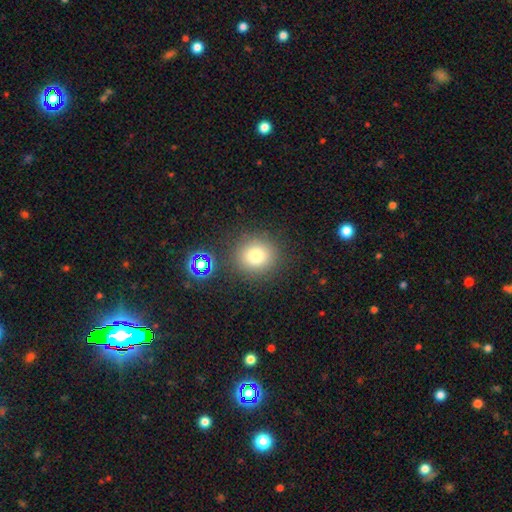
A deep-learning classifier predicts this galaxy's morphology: This appears to be a smooth galaxy with no disk features (76%) that is round (90%). Merging: none (85%).